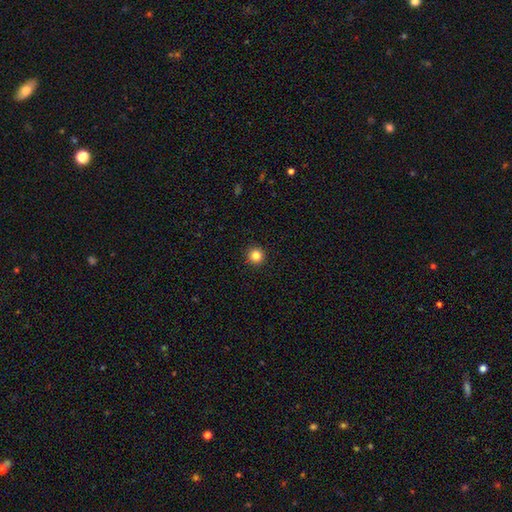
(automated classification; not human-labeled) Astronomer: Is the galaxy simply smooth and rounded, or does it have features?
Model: smooth — 84%.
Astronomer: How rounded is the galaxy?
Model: round — 95%.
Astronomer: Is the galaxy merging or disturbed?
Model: none — 93%.